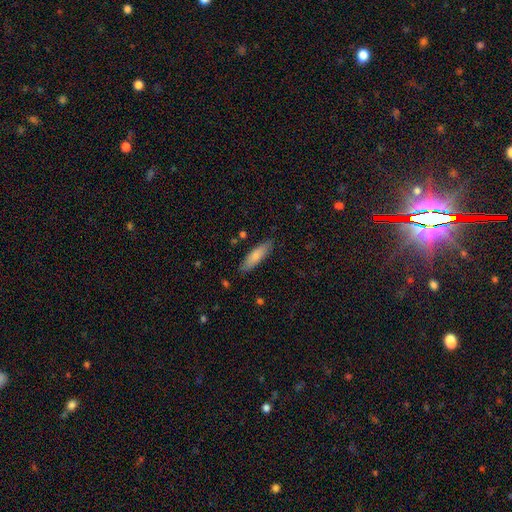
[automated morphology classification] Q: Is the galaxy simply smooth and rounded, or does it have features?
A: smooth — 78%.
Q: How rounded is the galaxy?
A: cigar-shaped — 59%.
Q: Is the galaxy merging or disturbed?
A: none — 83%.